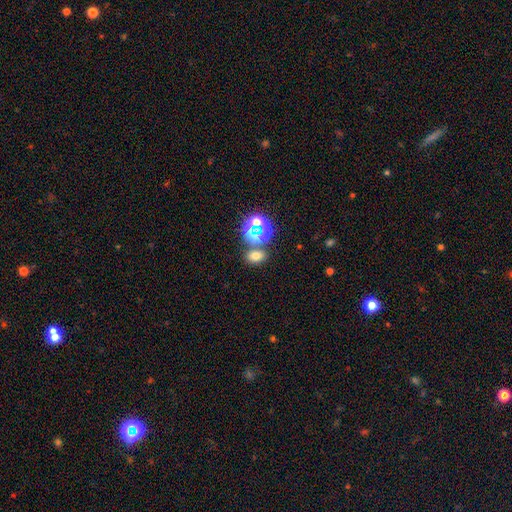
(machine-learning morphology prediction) Overall: smooth (65%; star or artifact 27%). How rounded: in between (67%; round 32%). Merging: none (71%).